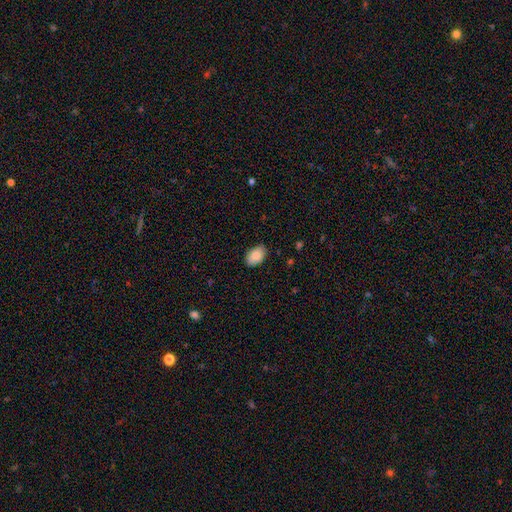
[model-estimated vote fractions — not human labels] The model was most divided on "merging": none: 86%, minor disturbance: 11%, major disturbance: 2%, merger: 1%. More confident: how rounded — in between (90%); smooth or featured — smooth (87%).